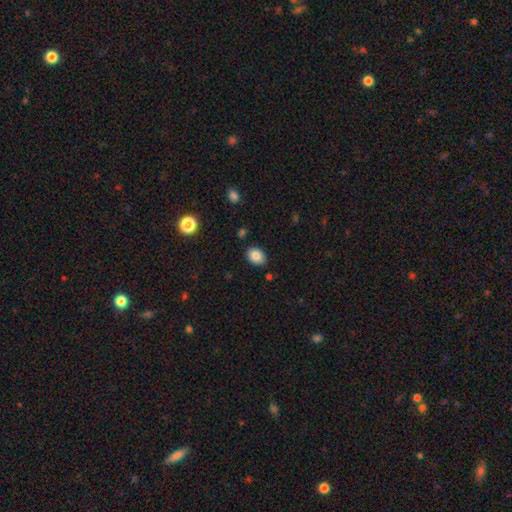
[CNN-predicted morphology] Q: Smooth or featured?
A: smooth (85%); runner-up: star or artifact (9%)
Q: How rounded?
A: in between (70%); runner-up: round (29%)
Q: Merging?
A: none (84%); runner-up: minor disturbance (11%)